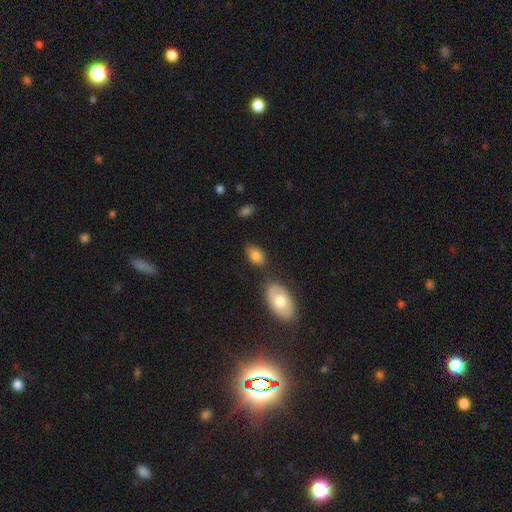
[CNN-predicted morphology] A smooth galaxy with no disk features (81%) that is in between round and cigar-shaped (91%). Merging: none (71%).